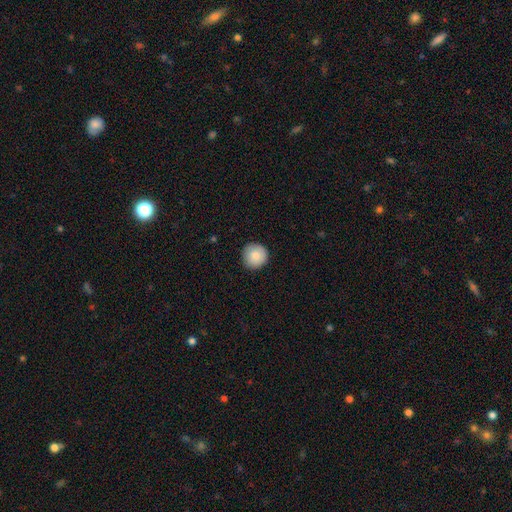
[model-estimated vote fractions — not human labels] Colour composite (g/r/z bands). It shows a smooth galaxy with no disk features (86%) that is round (95%). Merging: none (90%).